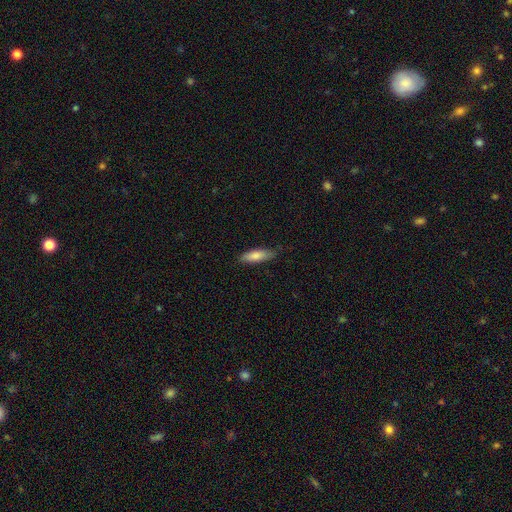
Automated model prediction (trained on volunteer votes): This is likely a smooth galaxy (79%). How rounded: possibly cigar-shaped (53%). Merging: likely none (78%).